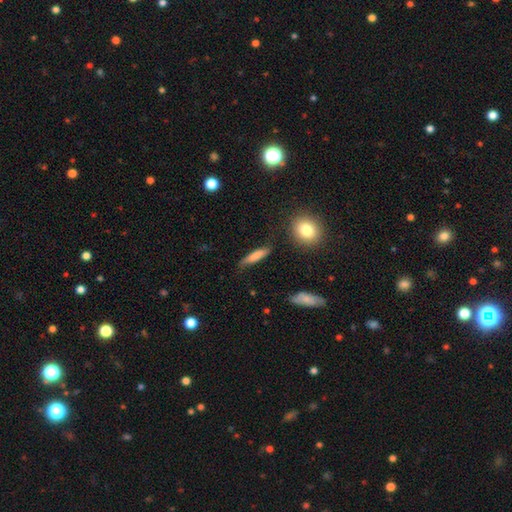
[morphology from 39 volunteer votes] Smooth or featured: smooth — 85% (featured or disk — 10%)
How rounded: cigar-shaped — 73% (in between — 27%)
Merging: none — 81% (minor disturbance — 16%)